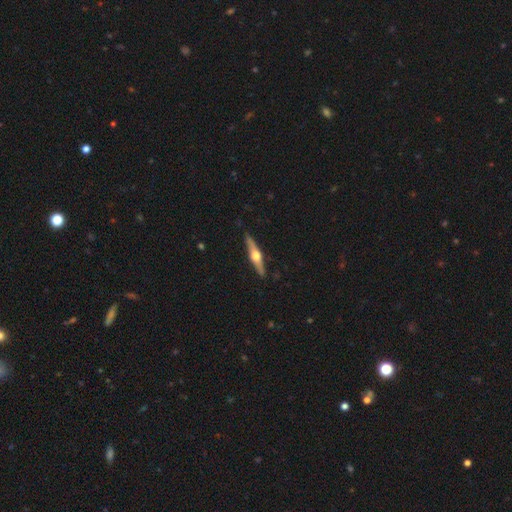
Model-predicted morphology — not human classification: featured or disk 74%, smooth 21%, star or artifact 5%. Down the decision tree: edge-on disk — yes (97%); edge-on bulge — rounded (96%); merging — none (89%).